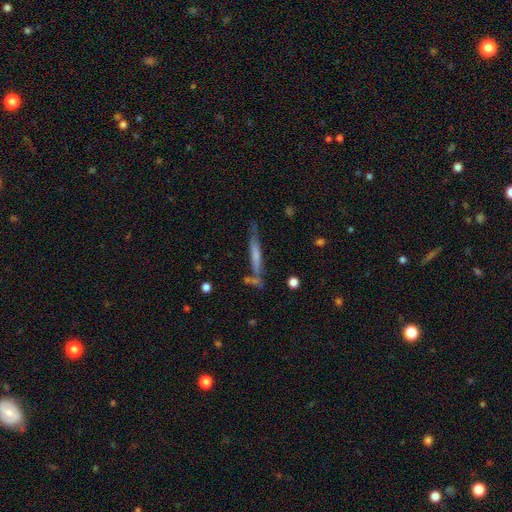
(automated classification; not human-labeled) The model was most divided on "smooth or featured": smooth: 50%, featured or disk: 42%, star or artifact: 7%. More confident: how rounded — cigar-shaped (93%); merging — none (64%).